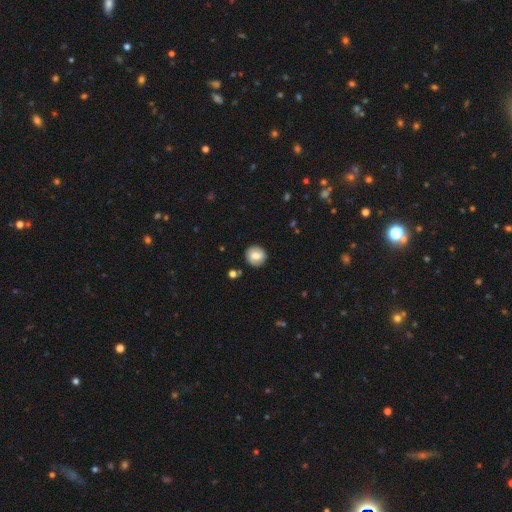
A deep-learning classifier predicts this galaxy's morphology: smooth-or-featured: smooth: 59% | featured or disk: 33% | star or artifact: 8%
  how-rounded: round: 86% | in between: 13% | cigar-shaped: 1%
  merging: none: 85% | minor disturbance: 10% | major disturbance: 3% | merger: 2%